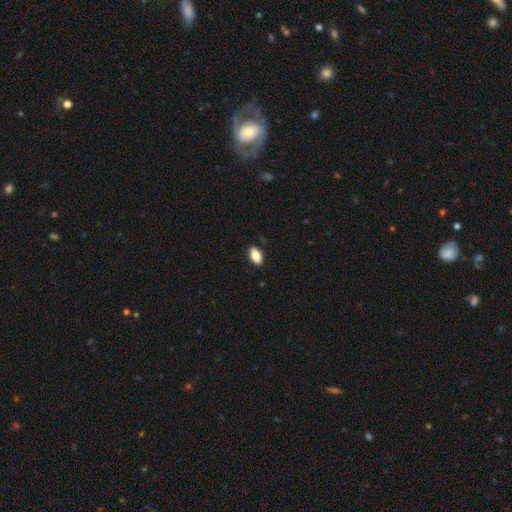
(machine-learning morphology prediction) Smooth or featured: smooth — 87% (star or artifact — 7%)
How rounded: in between — 93% (cigar-shaped — 4%)
Merging: none — 89% (minor disturbance — 9%)